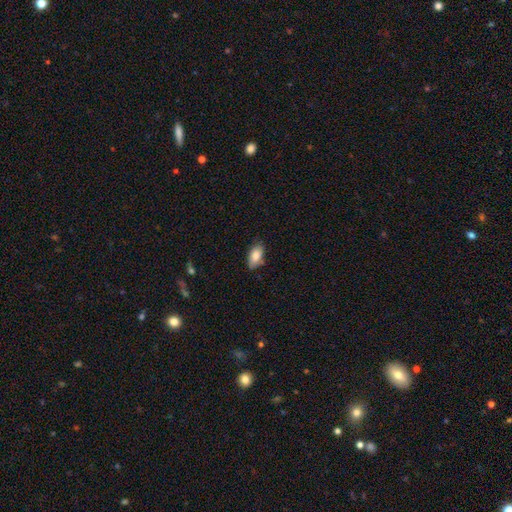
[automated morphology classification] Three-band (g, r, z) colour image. It shows a smooth galaxy with no disk features (84%) that is in between round and cigar-shaped (92%). Merging: none (77%).